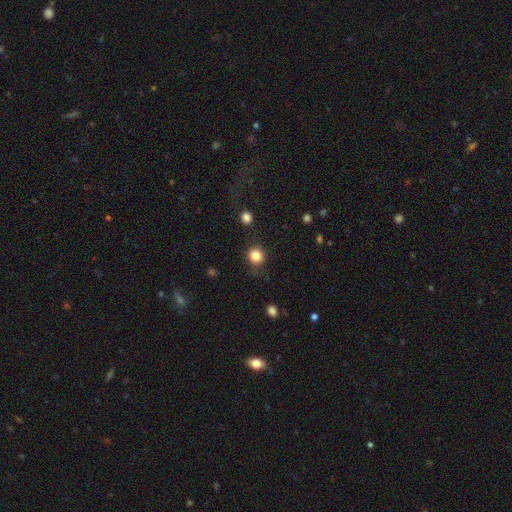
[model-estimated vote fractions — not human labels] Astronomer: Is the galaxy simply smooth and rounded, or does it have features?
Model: smooth — 84%.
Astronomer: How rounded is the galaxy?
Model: round — 87%.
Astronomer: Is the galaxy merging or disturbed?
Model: none — 80%.